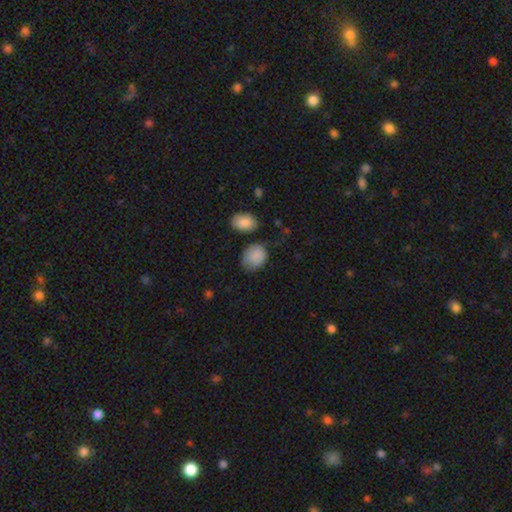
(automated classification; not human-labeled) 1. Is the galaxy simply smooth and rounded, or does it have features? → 87% smooth, 7% star or artifact, 6% featured or disk.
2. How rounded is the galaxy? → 51% in between, 48% round, 1% cigar-shaped.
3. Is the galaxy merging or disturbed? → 58% none, 29% minor disturbance, 7% major disturbance, 5% merger.